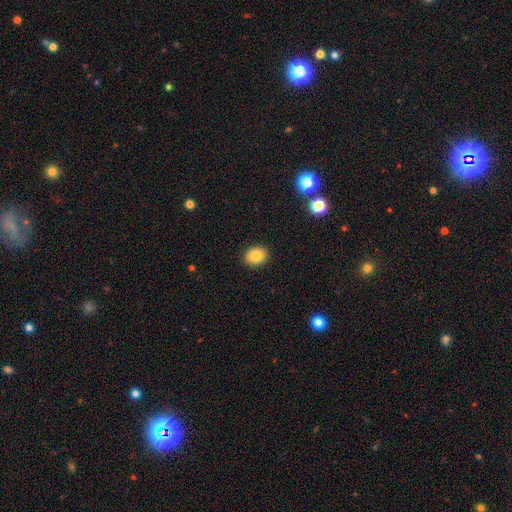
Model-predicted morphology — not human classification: Smooth or featured? smooth (85%)
How rounded? round (53%)
Merging? none (91%)